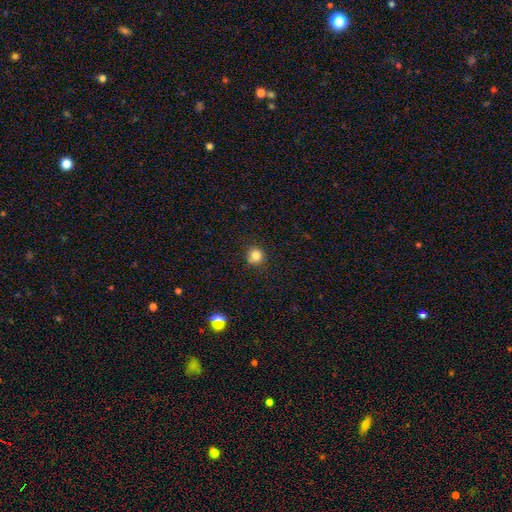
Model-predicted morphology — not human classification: type=smooth (82%); roundness=round (91%); merging=none (83%).